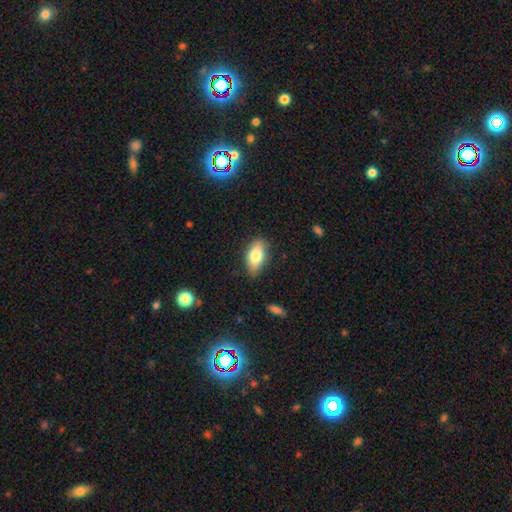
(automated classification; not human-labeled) Q: Smooth or featured?
A: smooth (77%); runner-up: featured or disk (16%)
Q: How rounded?
A: in between (87%); runner-up: cigar-shaped (9%)
Q: Merging?
A: none (83%); runner-up: minor disturbance (13%)